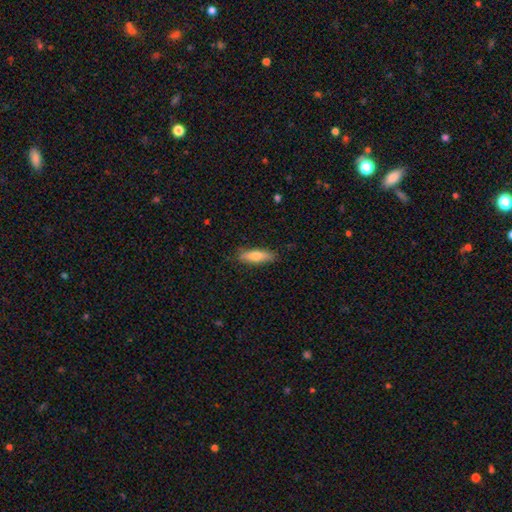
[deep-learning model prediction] smooth_or_featured: smooth (p=0.73) [alt: featured or disk p=0.21]
how_rounded: cigar-shaped (p=0.57) [alt: in between p=0.41]
merging: none (p=0.86) [alt: minor disturbance p=0.11]